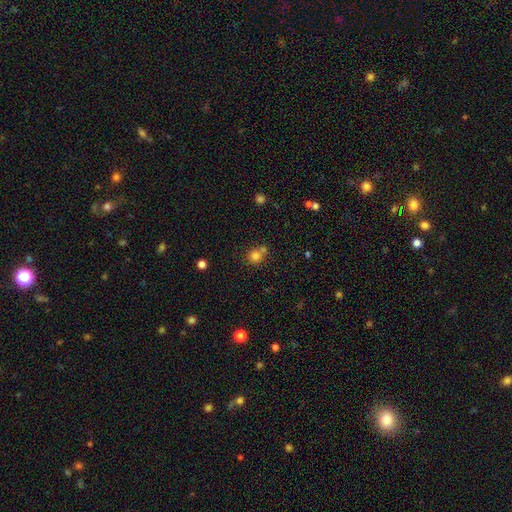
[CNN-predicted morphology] A smooth galaxy with no disk features (78%) that is round (86%).

Vote fractions:
- Smooth or featured? smooth: 78% / star or artifact: 14% / featured or disk: 8%
- How rounded? round: 86% / in between: 13% / cigar-shaped: 1%
- Merging? none: 53% / merger: 32% / minor disturbance: 11% / major disturbance: 4%